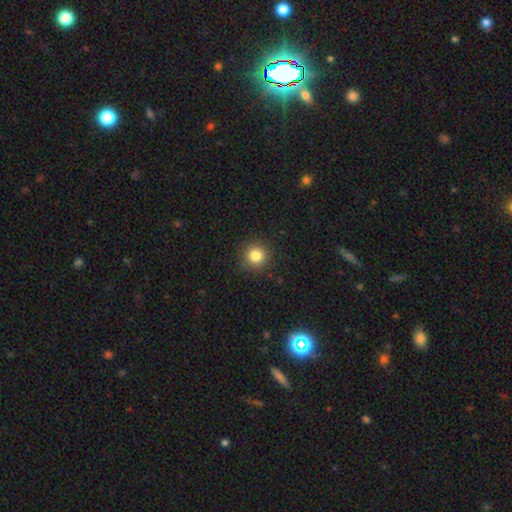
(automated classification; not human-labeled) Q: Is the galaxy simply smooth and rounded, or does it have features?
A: smooth — 83%.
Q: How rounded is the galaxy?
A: round — 93%.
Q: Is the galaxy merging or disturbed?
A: none — 90%.